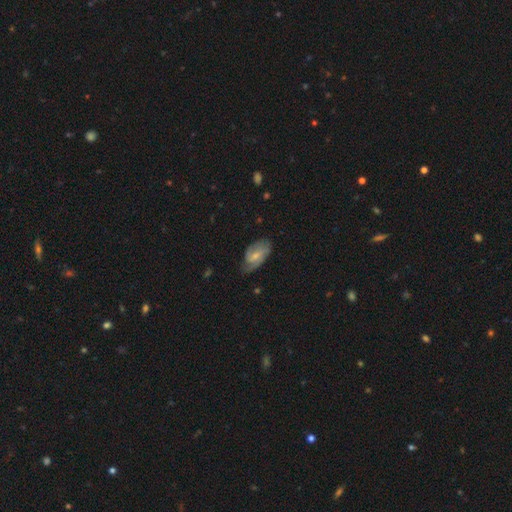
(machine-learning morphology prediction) Q: Smooth or featured?
A: featured or disk (64%); runner-up: smooth (30%)
Q: Edge-on disk?
A: no (96%); runner-up: yes (4%)
Q: Bar?
A: weak (50%); runner-up: no (38%)
Q: Spiral arms?
A: yes (90%); runner-up: no (10%)
Q: Spiral winding?
A: medium (44%); runner-up: tight (35%)
Q: Spiral arm count?
A: 2 (64%); runner-up: can't tell (16%)
Q: Bulge size?
A: small (55%); runner-up: moderate (35%)
Q: Merging?
A: none (61%); runner-up: minor disturbance (28%)